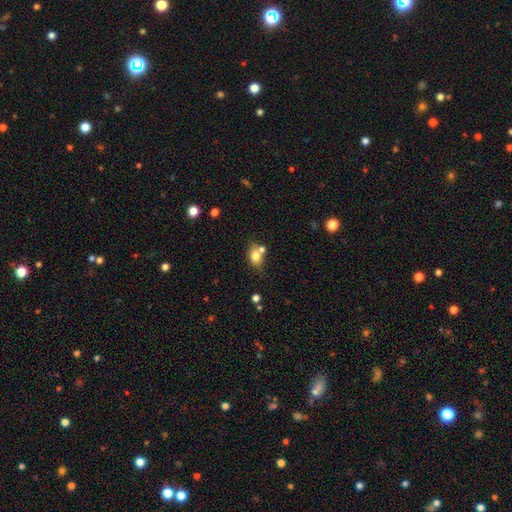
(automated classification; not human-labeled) Smooth or featured: smooth — 77% (featured or disk — 13%)
How rounded: in between — 64% (round — 34%)
Merging: none — 52% (merger — 28%)